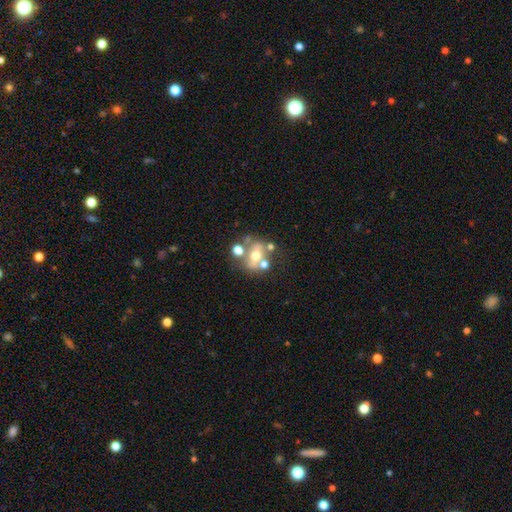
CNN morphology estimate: Smooth or featured: featured or disk — 49% (smooth — 37%)
Merging: none — 50% (merger — 28%)